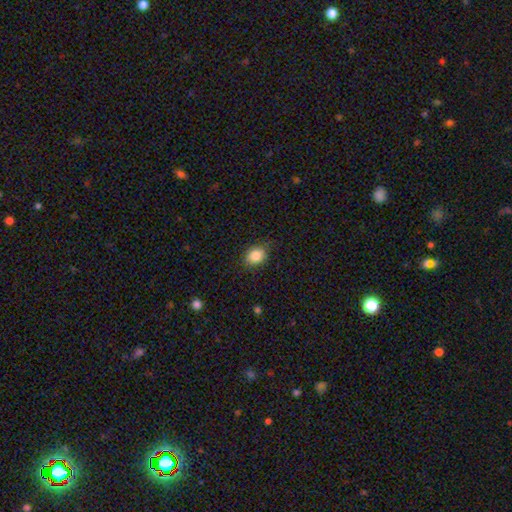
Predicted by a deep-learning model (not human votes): Smooth or featured? Predicted: smooth (p=0.85). How rounded? Predicted: in between (p=0.52). Merging? Predicted: none (p=0.81).